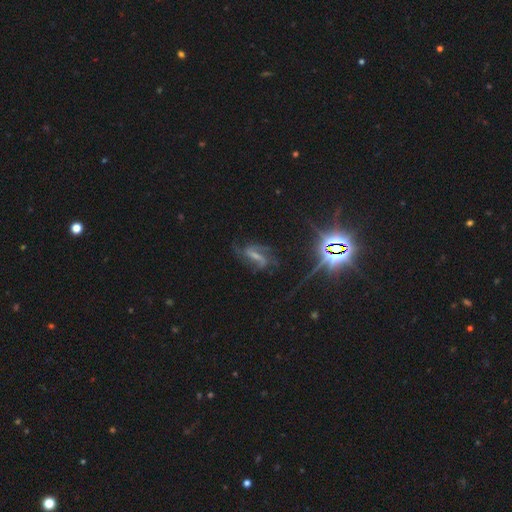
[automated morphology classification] type=featured or disk (73%); edge-on=no (94%); bar=strong (46%); spiral arms=yes (93%); winding=medium (45%); arm count=2 (69%); bulge=small (36%); merging=none (59%).